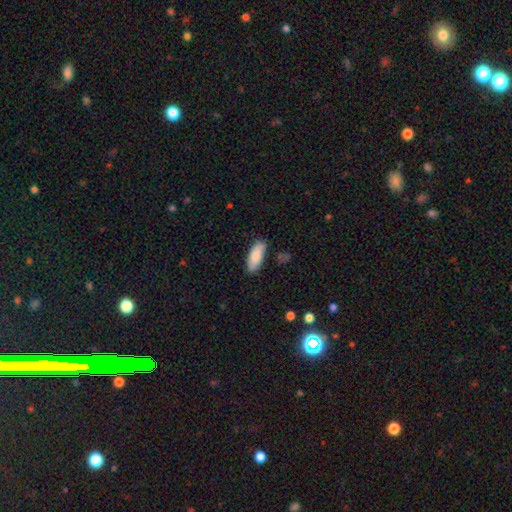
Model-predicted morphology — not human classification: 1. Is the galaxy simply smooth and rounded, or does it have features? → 86% smooth, 9% featured or disk, 6% star or artifact.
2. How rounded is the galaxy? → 77% in between, 22% cigar-shaped, 2% round.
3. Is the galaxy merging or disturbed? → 85% none, 11% minor disturbance, 2% major disturbance, 2% merger.